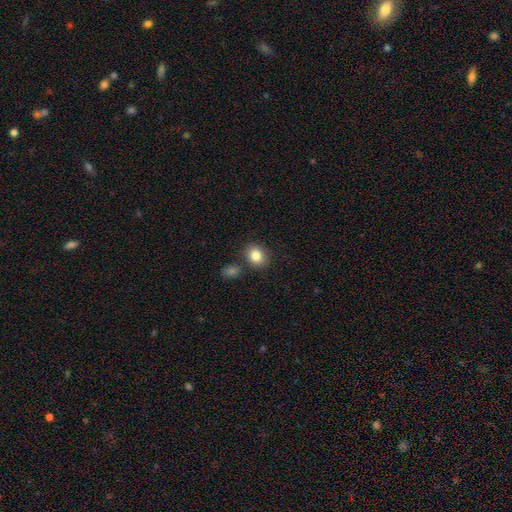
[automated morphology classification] The model was most divided on "how rounded": round: 56%, in between: 43%, cigar-shaped: 1%. More confident: smooth or featured — smooth (84%); merging — none (78%).